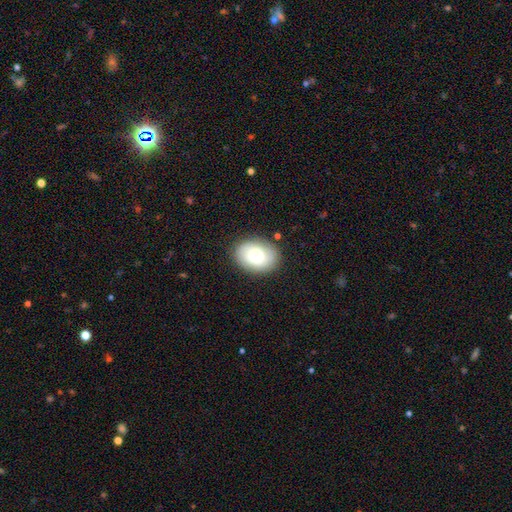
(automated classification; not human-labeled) smooth-or-featured: smooth: 76% | featured or disk: 17% | star or artifact: 7%
  how-rounded: in between: 72% | round: 27% | cigar-shaped: 1%
  merging: none: 85% | minor disturbance: 11% | major disturbance: 3% | merger: 1%